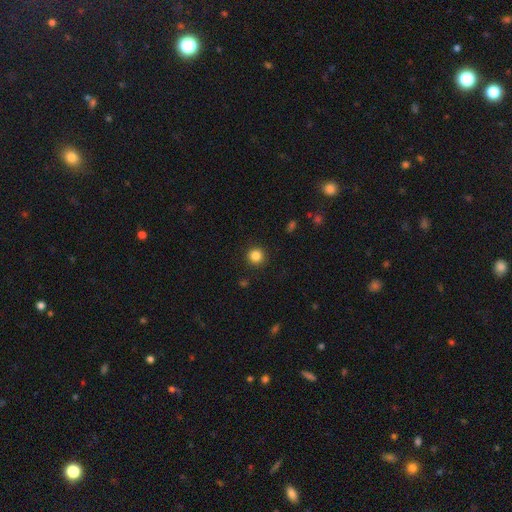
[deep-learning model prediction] Smooth or featured? smooth (85%)
How rounded? round (95%)
Merging? none (92%)